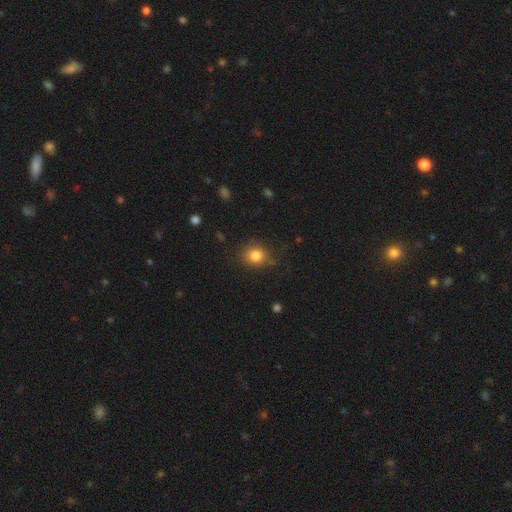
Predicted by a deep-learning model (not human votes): Smooth or featured?
  - smooth: 82% *
  - star or artifact: 11%
  - featured or disk: 7%
How rounded?
  - round: 76% *
  - in between: 23%
  - cigar-shaped: 1%
Merging?
  - none: 75% *
  - minor disturbance: 18%
  - major disturbance: 5%
  - merger: 2%